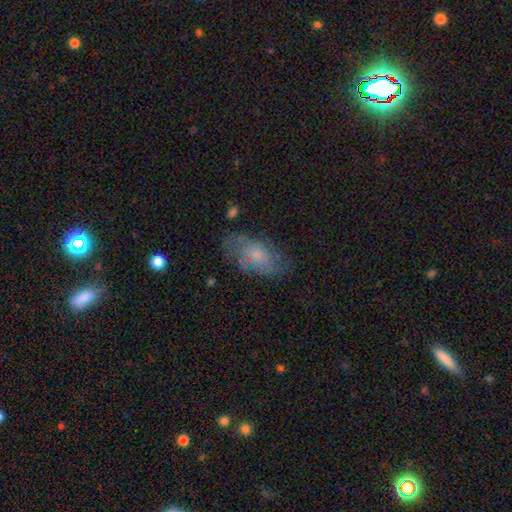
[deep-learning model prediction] The model was most divided on "smooth or featured": smooth: 60%, featured or disk: 32%, star or artifact: 8%. More confident: how rounded — in between (91%); merging — none (59%).